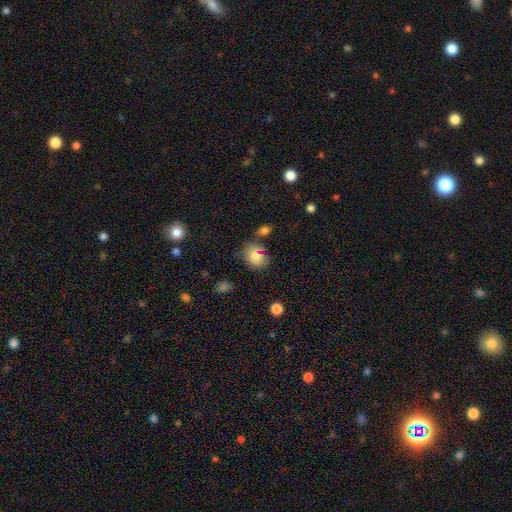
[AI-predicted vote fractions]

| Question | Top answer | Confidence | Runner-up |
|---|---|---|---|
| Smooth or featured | smooth | 81% | star or artifact (10%) |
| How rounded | round | 54% | in between (45%) |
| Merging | none | 67% | minor disturbance (18%) |